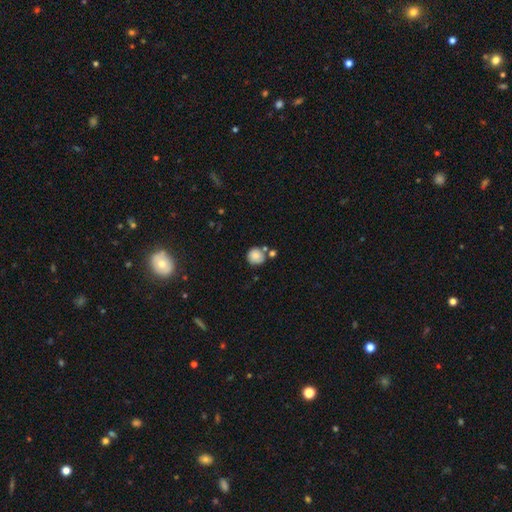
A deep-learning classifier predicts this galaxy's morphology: Smooth or featured?
  - smooth: 83% *
  - star or artifact: 9%
  - featured or disk: 8%
How rounded?
  - round: 92% *
  - in between: 7%
  - cigar-shaped: 1%
Merging?
  - none: 67% *
  - merger: 15%
  - minor disturbance: 14%
  - major disturbance: 4%